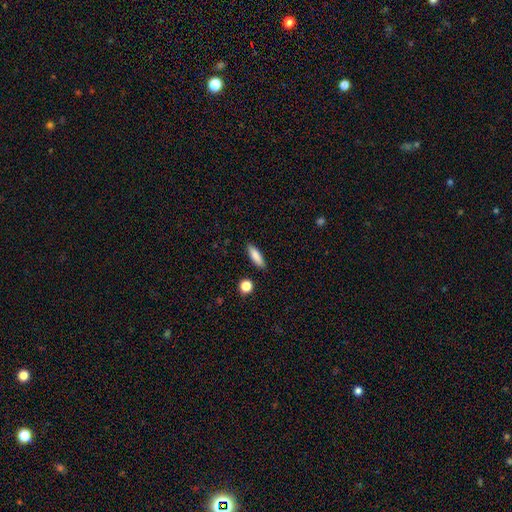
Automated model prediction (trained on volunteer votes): Smooth or featured?
  - smooth: 84% *
  - featured or disk: 9%
  - star or artifact: 7%
How rounded?
  - cigar-shaped: 58% *
  - in between: 39%
  - round: 2%
Merging?
  - none: 87% *
  - minor disturbance: 9%
  - major disturbance: 2%
  - merger: 2%